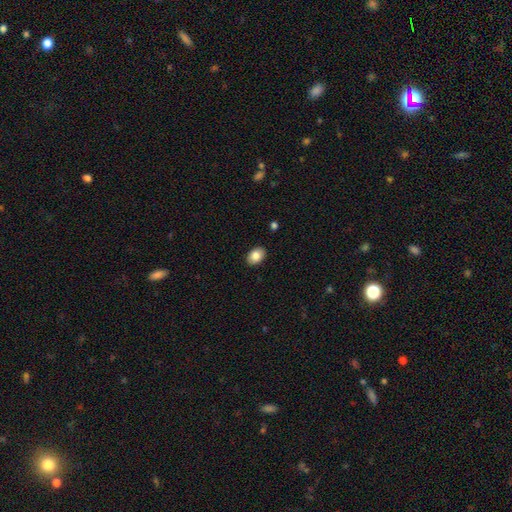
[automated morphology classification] A smooth galaxy with no disk features (85%) that is in between round and cigar-shaped (83%). Merging: none (90%).